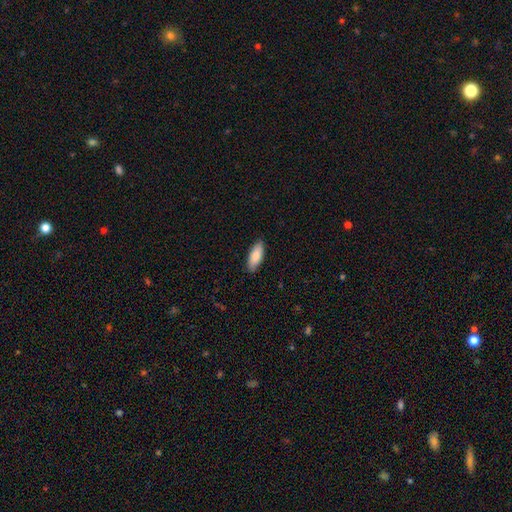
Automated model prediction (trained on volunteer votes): The model was most divided on "how rounded": in between: 75%, cigar-shaped: 23%, round: 2%. More confident: merging — none (87%); smooth or featured — smooth (86%).